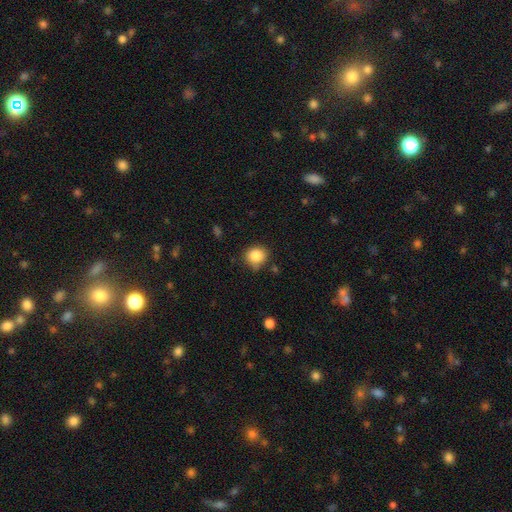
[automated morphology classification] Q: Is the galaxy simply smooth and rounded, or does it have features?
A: smooth — 85%.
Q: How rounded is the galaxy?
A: round — 82%.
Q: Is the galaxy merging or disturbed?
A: none — 74%.